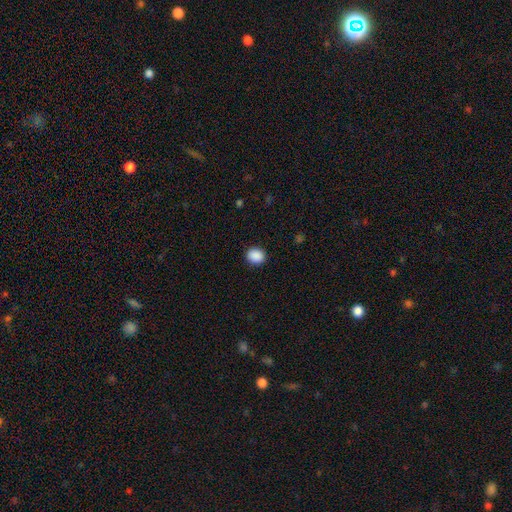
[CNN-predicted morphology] A smooth galaxy with no disk features (89%) that is round (66%). Merging: none (90%).